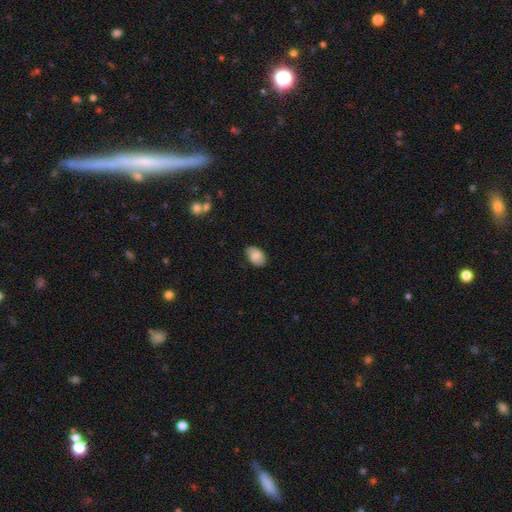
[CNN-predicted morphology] smooth-or-featured: smooth: 81% | featured or disk: 11% | star or artifact: 7%
  how-rounded: in between: 87% | round: 12% | cigar-shaped: 1%
  merging: none: 80% | minor disturbance: 16% | major disturbance: 3% | merger: 1%